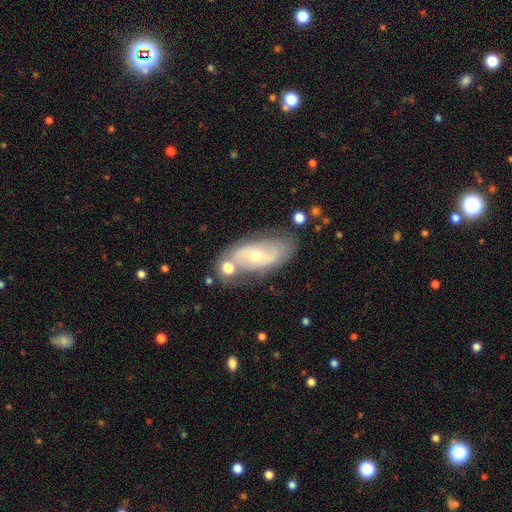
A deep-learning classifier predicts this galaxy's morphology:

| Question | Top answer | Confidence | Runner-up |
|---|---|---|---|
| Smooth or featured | featured or disk | 69% | smooth (24%) |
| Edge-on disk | no | 91% | yes (9%) |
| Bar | no | 52% | weak (36%) |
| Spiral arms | yes | 78% | no (22%) |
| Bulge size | moderate | 53% | small (43%) |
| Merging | none | 63% | minor disturbance (18%) |